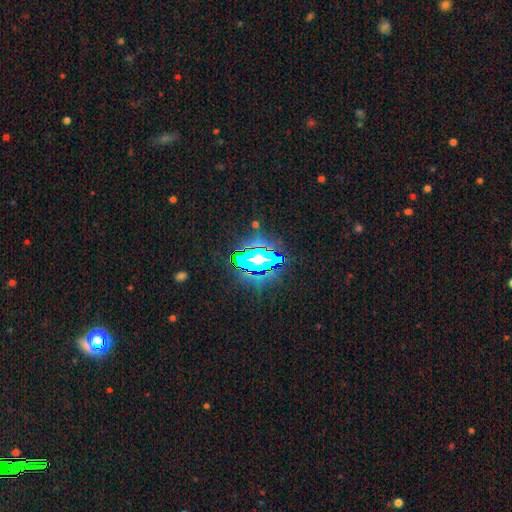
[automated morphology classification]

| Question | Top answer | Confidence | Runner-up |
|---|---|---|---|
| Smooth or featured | star or artifact | 81% | smooth (11%) |